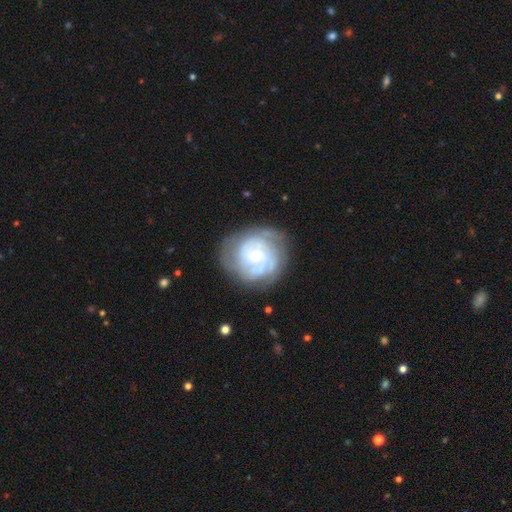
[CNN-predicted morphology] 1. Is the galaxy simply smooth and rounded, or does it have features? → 81% featured or disk, 13% smooth, 5% star or artifact.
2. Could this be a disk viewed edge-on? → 98% no, 2% yes.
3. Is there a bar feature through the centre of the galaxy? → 71% no, 24% weak, 5% strong.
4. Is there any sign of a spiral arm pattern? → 90% yes, 10% no.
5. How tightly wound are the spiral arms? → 69% tight, 24% medium, 6% loose.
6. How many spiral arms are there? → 37% can't tell, 21% 3, 21% 2, 9% 4, 5% 1, 5% more than 4.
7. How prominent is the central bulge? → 50% small, 46% moderate, 2% large, 1% none, 1% dominant.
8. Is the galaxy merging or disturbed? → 74% none, 17% minor disturbance, 7% major disturbance, 2% merger.